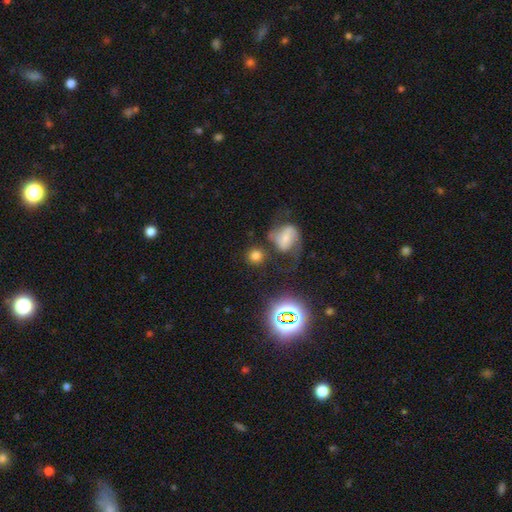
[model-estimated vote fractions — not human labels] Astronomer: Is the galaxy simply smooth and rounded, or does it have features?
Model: smooth — 68%.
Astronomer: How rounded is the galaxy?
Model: round — 87%.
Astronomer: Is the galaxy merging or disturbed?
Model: none — 70%.